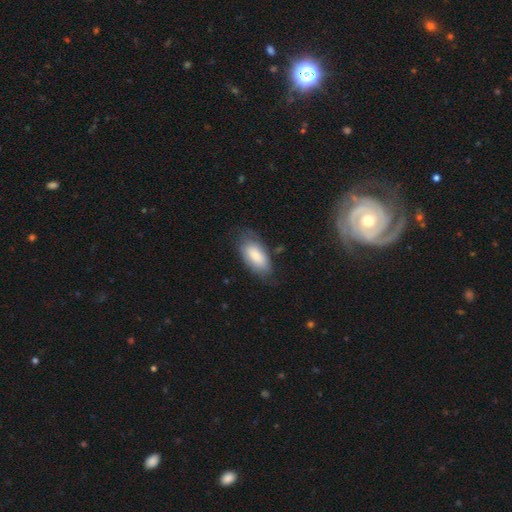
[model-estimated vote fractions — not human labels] A smooth galaxy with no disk features (79%) that is in between round and cigar-shaped (90%).

Vote fractions:
- Smooth or featured? smooth: 79% / featured or disk: 15% / star or artifact: 6%
- How rounded? in between: 90% / cigar-shaped: 8% / round: 2%
- Merging? none: 66% / minor disturbance: 24% / major disturbance: 8% / merger: 2%